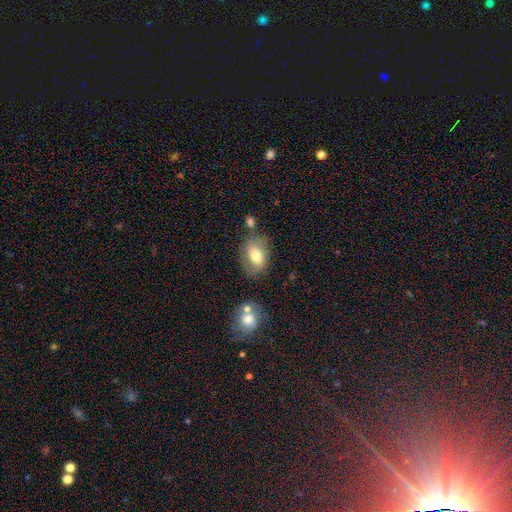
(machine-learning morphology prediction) Smooth or featured? smooth (66%)
How rounded? in between (74%)
Merging? none (66%)